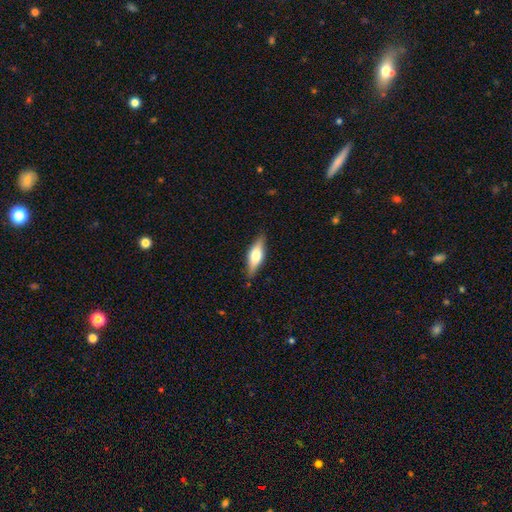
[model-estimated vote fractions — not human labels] smooth-or-featured: smooth: 51% | featured or disk: 43% | star or artifact: 6%
  how-rounded: in between: 57% | cigar-shaped: 40% | round: 3%
  merging: none: 84% | minor disturbance: 13% | major disturbance: 2% | merger: 1%